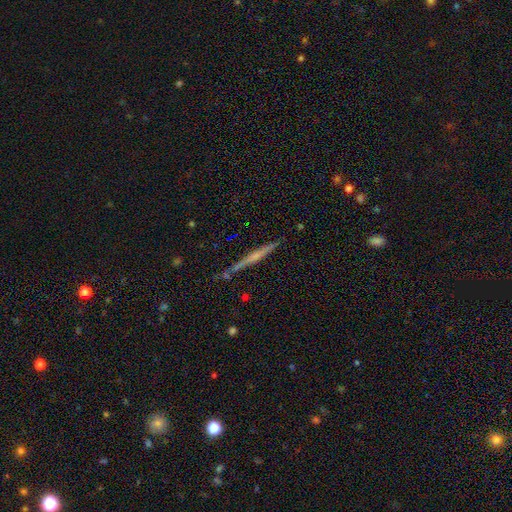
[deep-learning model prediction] This appears to be a featured or disk galaxy (60%) viewed edge-on (97%) with no central bulge (51%). Merging: none (82%).